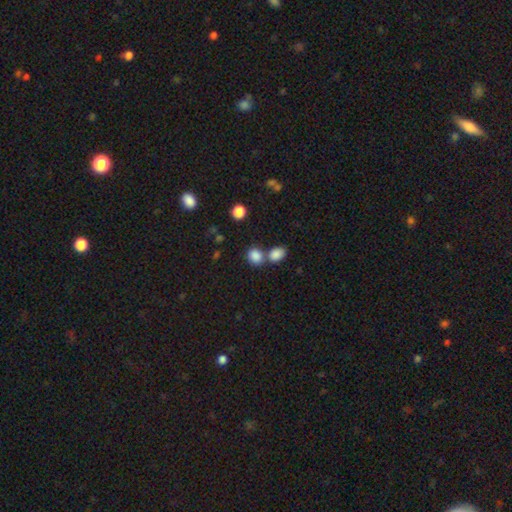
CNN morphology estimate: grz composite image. It shows a smooth galaxy with no disk features (85%) that is round (55%). Merging: none (49%).